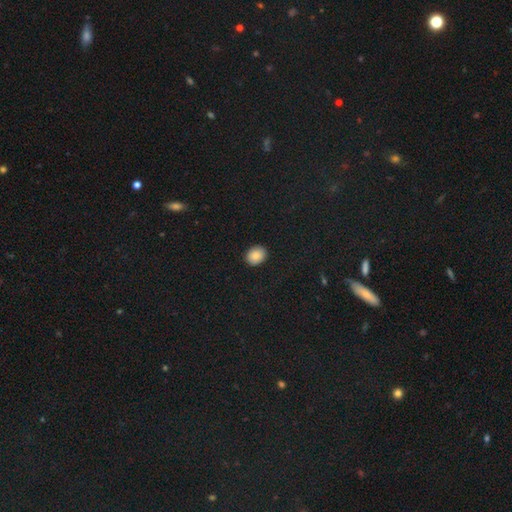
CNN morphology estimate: A smooth galaxy with no disk features (85%) that is in between round and cigar-shaped (50%).

Vote fractions:
- Smooth or featured? smooth: 85% / star or artifact: 9% / featured or disk: 6%
- How rounded? in between: 50% / round: 49% / cigar-shaped: 1%
- Merging? none: 89% / minor disturbance: 8% / major disturbance: 2% / merger: 1%